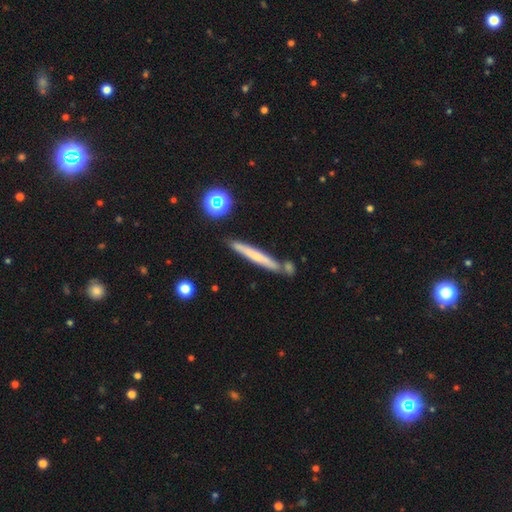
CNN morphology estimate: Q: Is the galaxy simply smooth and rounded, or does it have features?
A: smooth — 51%.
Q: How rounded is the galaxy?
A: cigar-shaped — 95%.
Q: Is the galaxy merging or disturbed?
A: none — 76%.